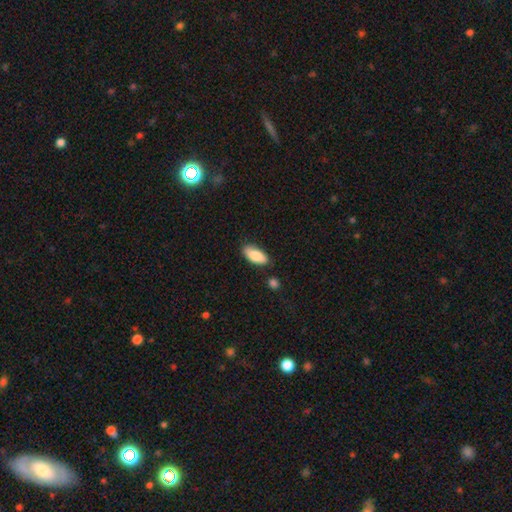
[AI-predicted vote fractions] smooth-or-featured: smooth: 85% | featured or disk: 9% | star or artifact: 6%
  how-rounded: in between: 88% | cigar-shaped: 10% | round: 2%
  merging: none: 78% | minor disturbance: 16% | merger: 3% | major disturbance: 3%